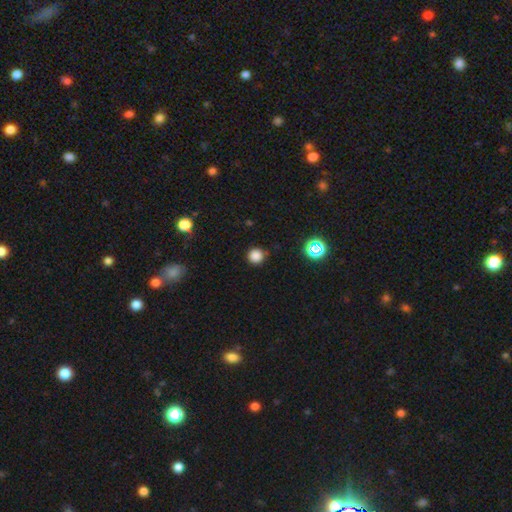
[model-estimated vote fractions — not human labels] Smooth or featured? Predicted: smooth (p=0.81). How rounded? Predicted: round (p=0.95). Merging? Predicted: none (p=0.88).